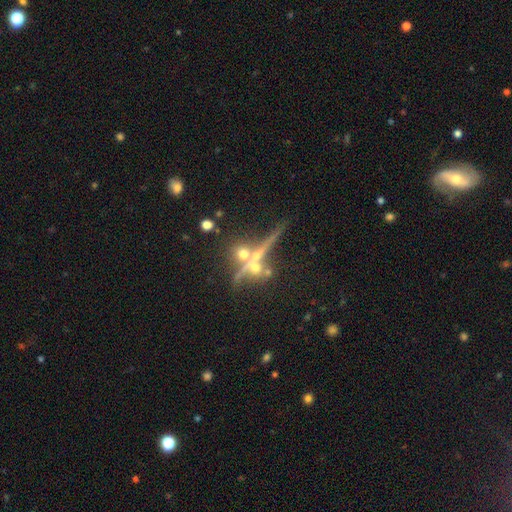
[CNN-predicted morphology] Overall: featured or disk (50%; smooth 29%). Merging: none (46%; merger 37%).